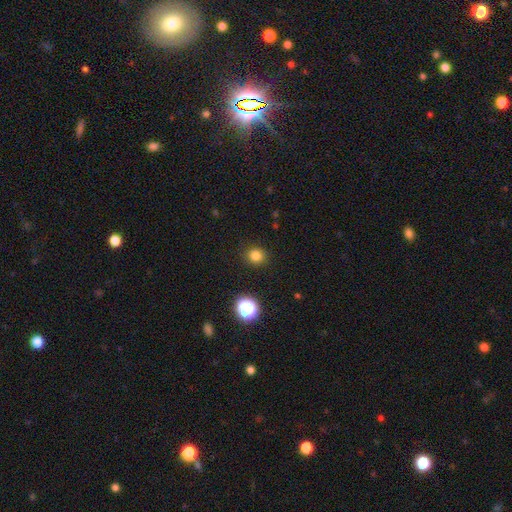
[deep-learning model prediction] Smooth or featured? Predicted: smooth (p=0.80). How rounded? Predicted: round (p=0.87). Merging? Predicted: none (p=0.91).